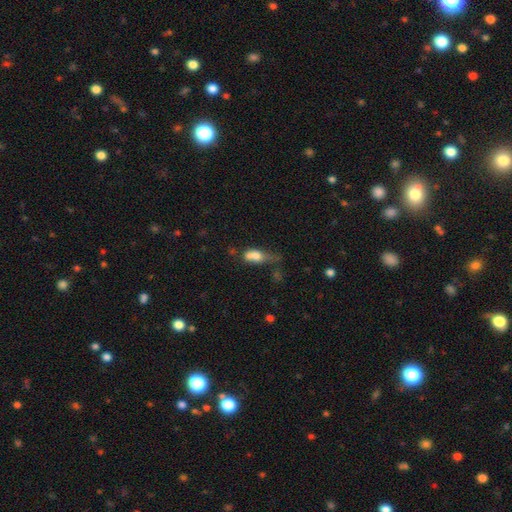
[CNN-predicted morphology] This appears to be a smooth galaxy with no disk features (66%) that is in between round and cigar-shaped (62%). Merging: merger (51%).